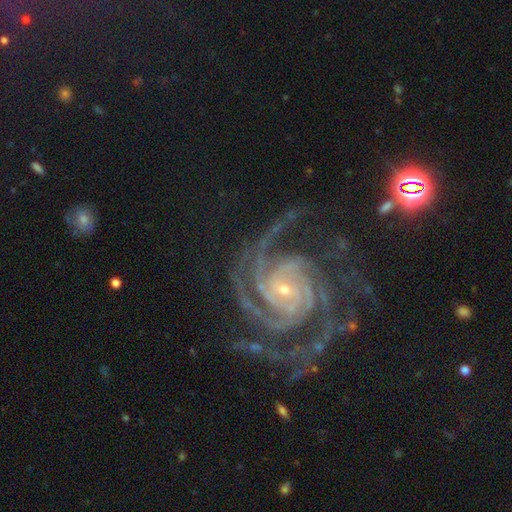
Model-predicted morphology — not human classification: A featured or disk galaxy (91%) with no bar (63%), 2 (28%) tight (70%) spiral arms (99%) and a small central bulge (81%). Merging: none (71%).